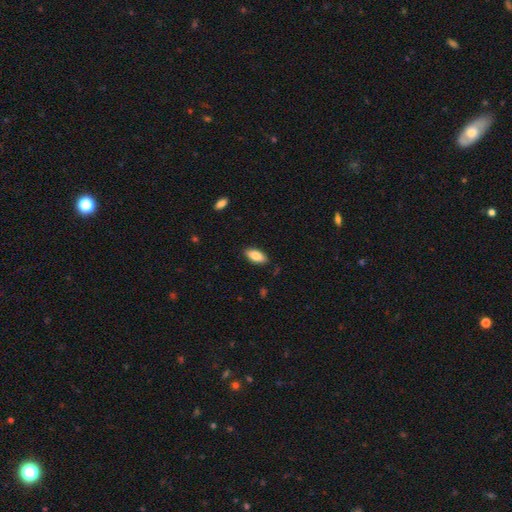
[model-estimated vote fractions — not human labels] The model was most divided on "merging": none: 86%, minor disturbance: 11%, major disturbance: 2%, merger: 1%. More confident: how rounded — in between (87%); smooth or featured — smooth (85%).